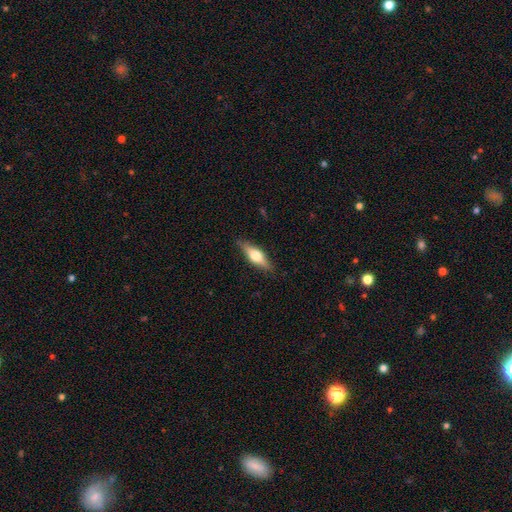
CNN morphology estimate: This is possibly a smooth galaxy (50%). Merging: clearly none (85%).